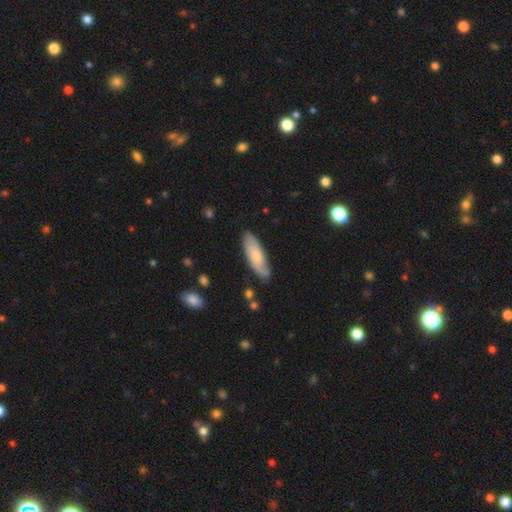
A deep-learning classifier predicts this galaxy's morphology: Q: Smooth or featured?
A: smooth (66%); runner-up: featured or disk (28%)
Q: How rounded?
A: in between (56%); runner-up: cigar-shaped (42%)
Q: Merging?
A: none (79%); runner-up: minor disturbance (16%)